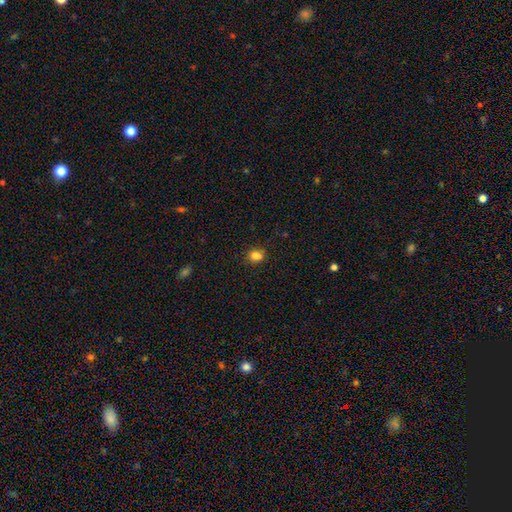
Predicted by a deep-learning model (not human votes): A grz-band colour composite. It shows a smooth galaxy with no disk features (78%) that is round (57%). Merging: none (65%).